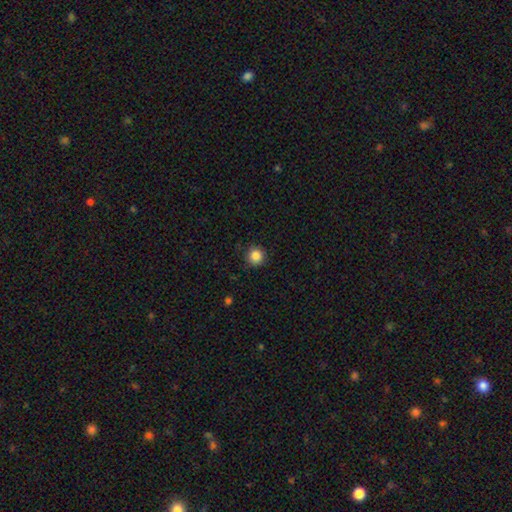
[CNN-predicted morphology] Smooth or featured: smooth — 86% (star or artifact — 10%)
How rounded: round — 95% (in between — 5%)
Merging: none — 89% (minor disturbance — 8%)